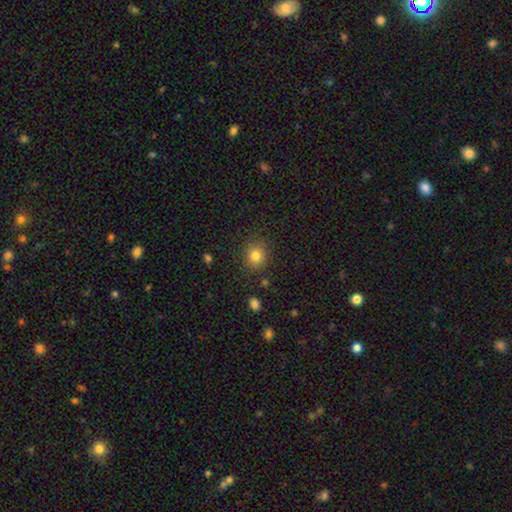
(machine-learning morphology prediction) This appears to be a smooth galaxy with no disk features (82%) that is round (76%). Merging: none (84%).